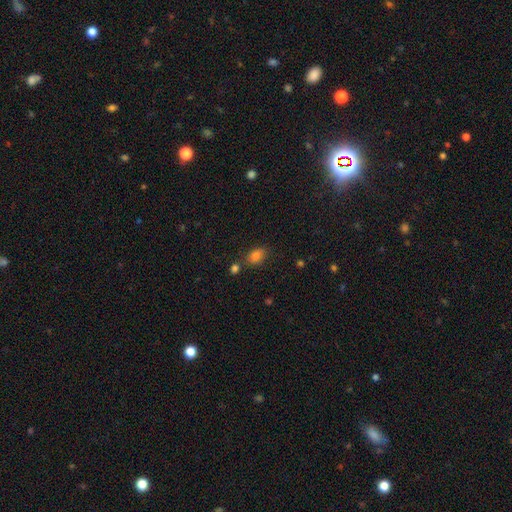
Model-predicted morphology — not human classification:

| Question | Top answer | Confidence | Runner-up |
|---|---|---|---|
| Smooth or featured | smooth | 79% | star or artifact (15%) |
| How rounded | in between | 77% | round (21%) |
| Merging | none | 68% | minor disturbance (16%) |